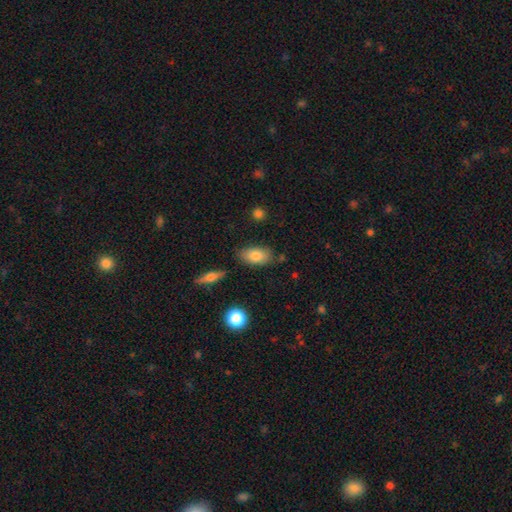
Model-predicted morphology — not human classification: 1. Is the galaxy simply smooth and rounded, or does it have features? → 81% smooth, 11% featured or disk, 8% star or artifact.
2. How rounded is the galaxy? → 90% in between, 6% round, 4% cigar-shaped.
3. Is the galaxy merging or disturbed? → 78% none, 15% minor disturbance, 4% merger, 3% major disturbance.